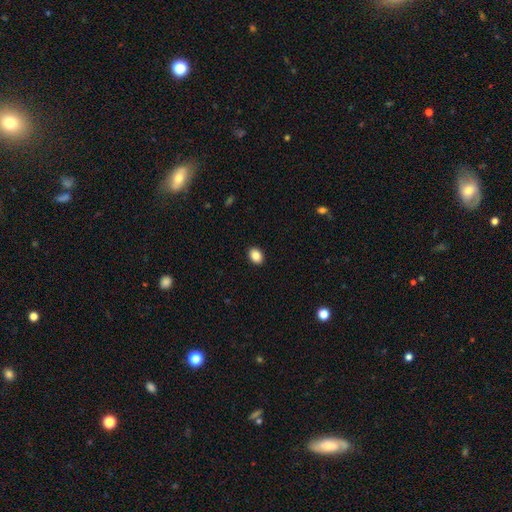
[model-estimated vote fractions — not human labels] Smooth or featured?
  - smooth: 88% *
  - star or artifact: 9%
  - featured or disk: 4%
How rounded?
  - in between: 66% *
  - round: 33%
  - cigar-shaped: 1%
Merging?
  - none: 91% *
  - minor disturbance: 6%
  - major disturbance: 2%
  - merger: 1%